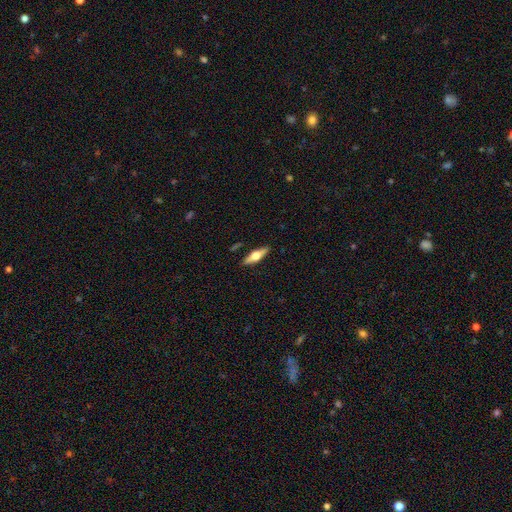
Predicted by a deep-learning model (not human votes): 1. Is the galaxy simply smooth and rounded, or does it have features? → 64% featured or disk, 30% smooth, 6% star or artifact.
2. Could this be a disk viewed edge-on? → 95% yes, 5% no.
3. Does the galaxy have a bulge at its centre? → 95% rounded, 3% boxy, 1% none.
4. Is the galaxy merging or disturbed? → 89% none, 7% minor disturbance, 2% major disturbance, 1% merger.